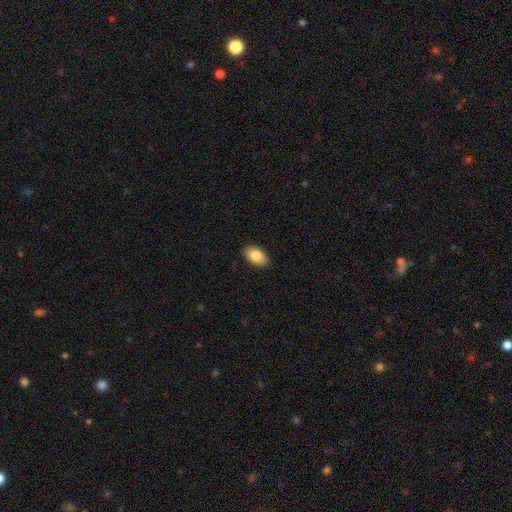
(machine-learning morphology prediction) smooth_or_featured: smooth (p=0.85) [alt: featured or disk p=0.08]
how_rounded: in between (p=0.93) [alt: round p=0.06]
merging: none (p=0.89) [alt: minor disturbance p=0.08]